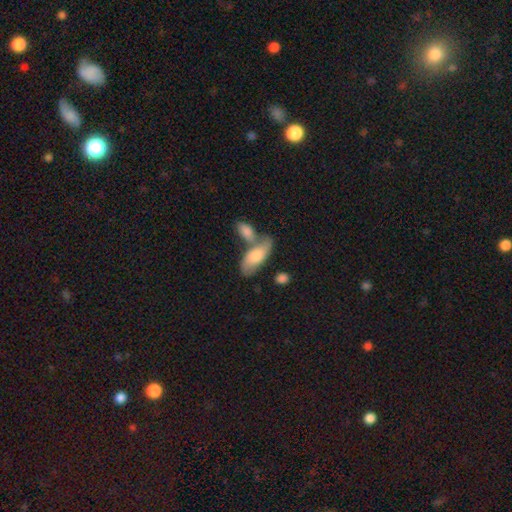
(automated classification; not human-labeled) Overall: smooth (68%). How rounded: in between (83%). Merging: none (45%; merger 38%).